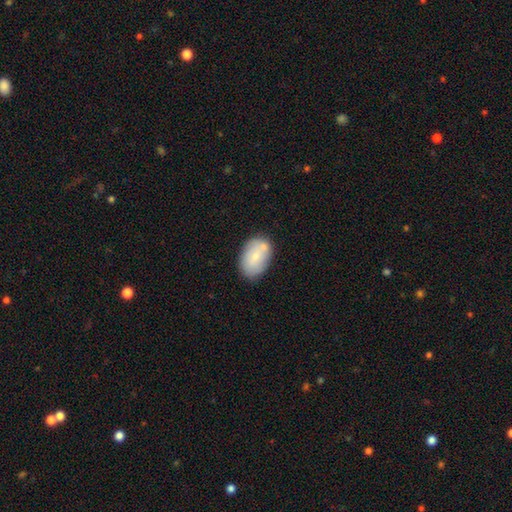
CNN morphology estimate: Smooth or featured?
  - smooth: 70% *
  - featured or disk: 24%
  - star or artifact: 7%
How rounded?
  - in between: 88% *
  - round: 11%
  - cigar-shaped: 1%
Merging?
  - none: 65% *
  - minor disturbance: 18%
  - merger: 13%
  - major disturbance: 4%